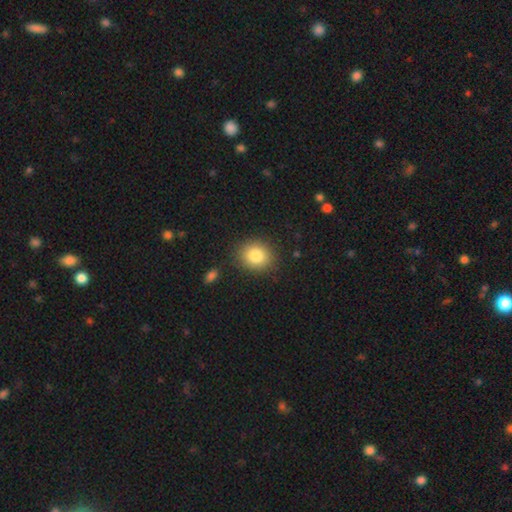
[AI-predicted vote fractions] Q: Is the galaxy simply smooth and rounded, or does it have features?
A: smooth — 84%.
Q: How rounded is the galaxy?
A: round — 67%.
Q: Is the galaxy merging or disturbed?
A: none — 86%.